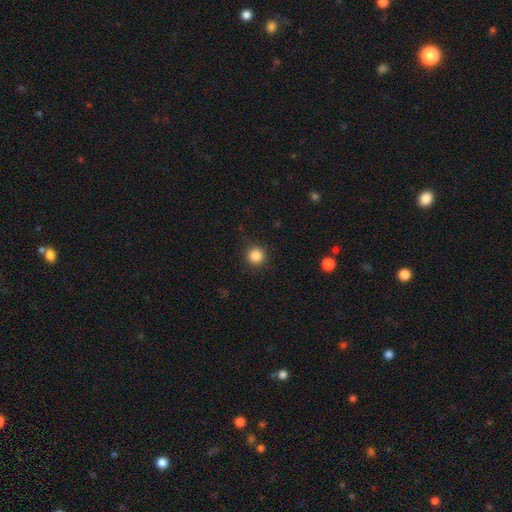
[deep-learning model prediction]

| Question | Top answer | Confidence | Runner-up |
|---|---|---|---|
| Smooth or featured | smooth | 86% | star or artifact (10%) |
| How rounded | round | 95% | in between (5%) |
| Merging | none | 89% | minor disturbance (7%) |